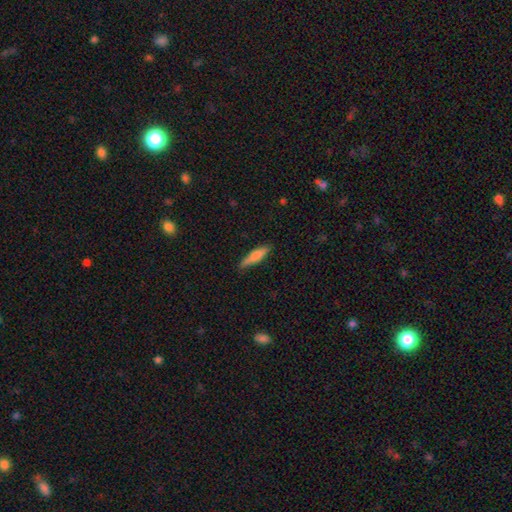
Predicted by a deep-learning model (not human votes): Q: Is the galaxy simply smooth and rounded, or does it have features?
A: smooth — 75%.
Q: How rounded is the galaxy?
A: cigar-shaped — 78%.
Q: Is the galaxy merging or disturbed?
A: none — 79%.